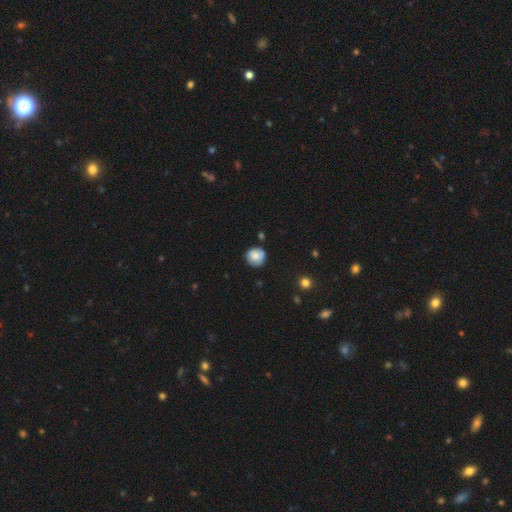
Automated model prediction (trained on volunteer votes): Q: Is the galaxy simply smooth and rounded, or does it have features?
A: smooth — 81%.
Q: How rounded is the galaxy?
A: round — 92%.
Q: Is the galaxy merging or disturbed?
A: none — 81%.